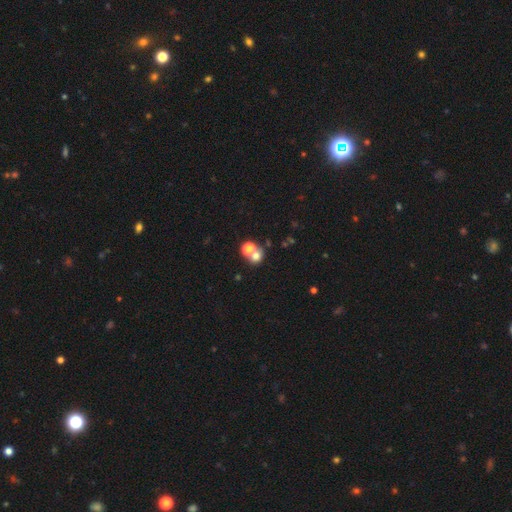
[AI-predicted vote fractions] A smooth galaxy with no disk features (68%) that is round (71%).

Vote fractions:
- Smooth or featured? smooth: 68% / star or artifact: 18% / featured or disk: 13%
- How rounded? round: 71% / in between: 27% / cigar-shaped: 1%
- Merging? merger: 46% / none: 43% / minor disturbance: 7% / major disturbance: 4%